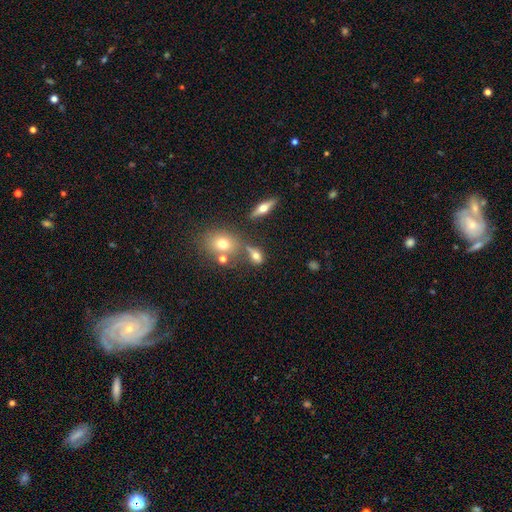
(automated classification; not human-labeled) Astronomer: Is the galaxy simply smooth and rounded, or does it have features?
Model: smooth — 66%.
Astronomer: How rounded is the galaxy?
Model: in between — 62%.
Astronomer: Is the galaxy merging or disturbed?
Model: none — 54%.